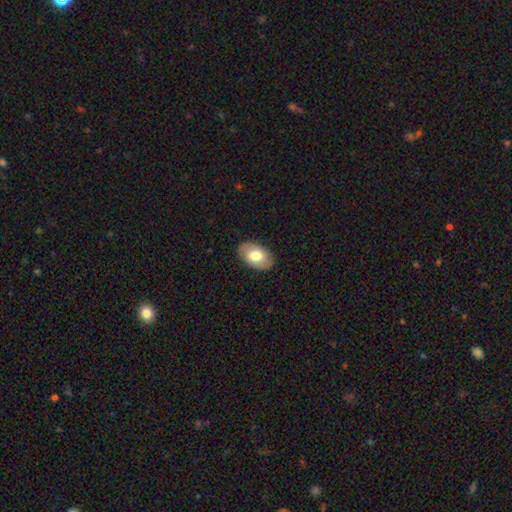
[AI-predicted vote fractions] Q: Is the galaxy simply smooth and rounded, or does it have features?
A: smooth — 70%.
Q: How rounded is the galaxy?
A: in between — 90%.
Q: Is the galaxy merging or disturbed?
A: none — 87%.